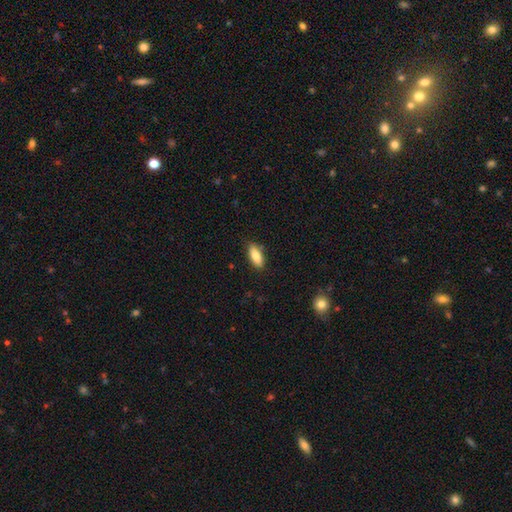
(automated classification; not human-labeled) The model was most divided on "how rounded": in between: 80%, cigar-shaped: 18%, round: 2%. More confident: merging — none (85%); smooth or featured — smooth (83%).